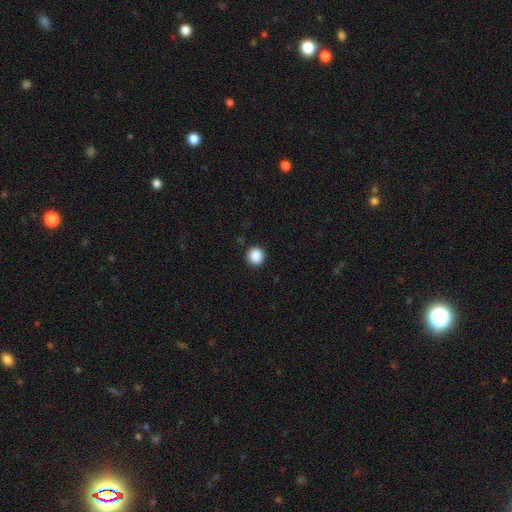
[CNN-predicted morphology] This appears to be a smooth galaxy with no disk features (89%) that is round (90%). Merging: none (91%).